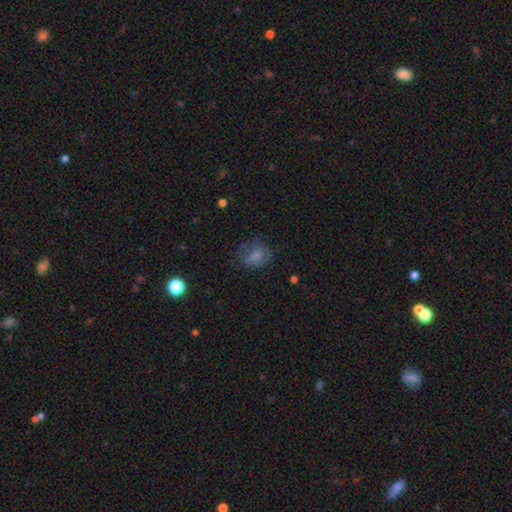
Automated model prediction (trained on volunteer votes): Smooth or featured? Predicted: smooth (p=0.71). How rounded? Predicted: in between (p=0.59). Merging? Predicted: none (p=0.54).